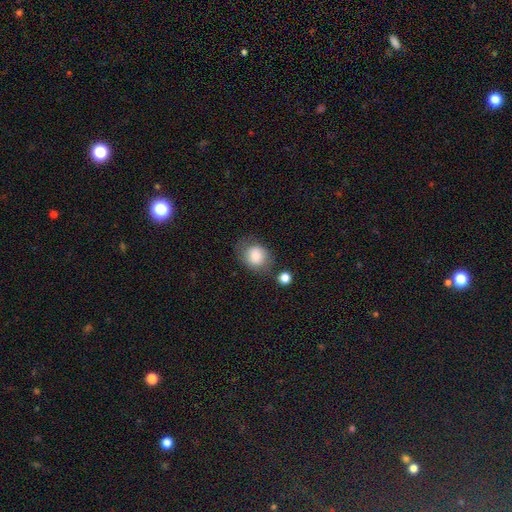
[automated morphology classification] smooth-or-featured: smooth: 79% | featured or disk: 12% | star or artifact: 8%
  how-rounded: round: 57% | in between: 42% | cigar-shaped: 1%
  merging: none: 62% | minor disturbance: 22% | major disturbance: 9% | merger: 7%